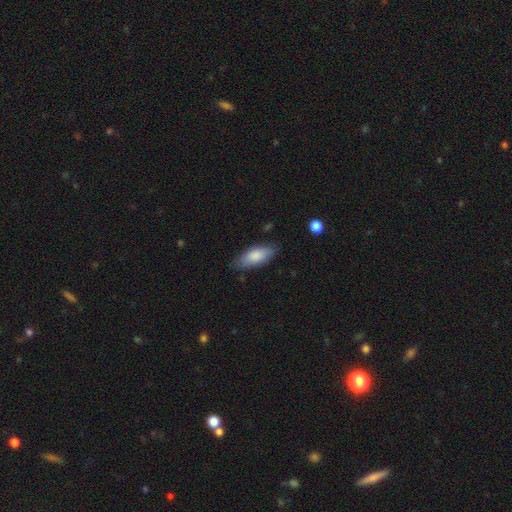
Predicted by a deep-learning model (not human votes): Smooth or featured? Predicted: smooth (p=0.82). How rounded? Predicted: in between (p=0.80). Merging? Predicted: none (p=0.78).